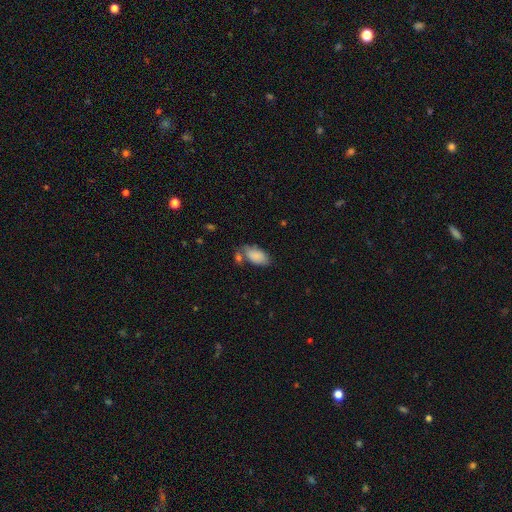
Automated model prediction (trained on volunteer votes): A smooth galaxy with no disk features (86%) that is in between round and cigar-shaped (94%). Merging: none (56%).